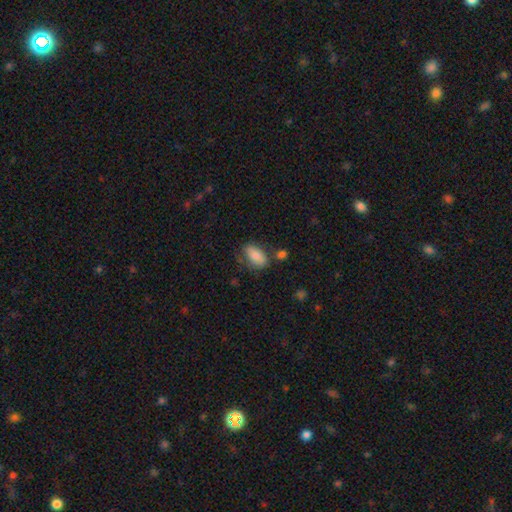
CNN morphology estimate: Smooth or featured? Predicted: smooth (p=0.79). How rounded? Predicted: in between (p=0.90). Merging? Predicted: none (p=0.65).